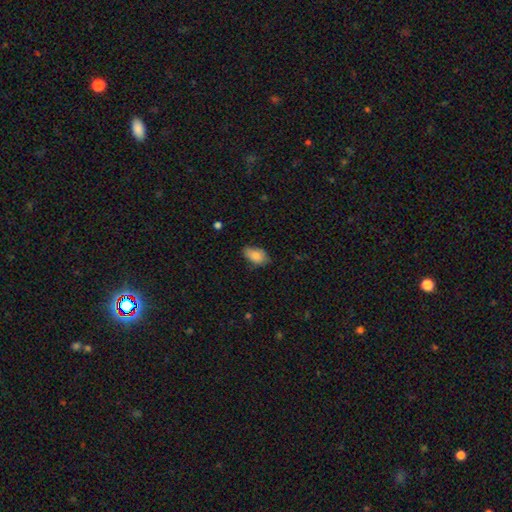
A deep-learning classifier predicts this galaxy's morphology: Smooth or featured? smooth (84%)
How rounded? in between (91%)
Merging? none (67%)